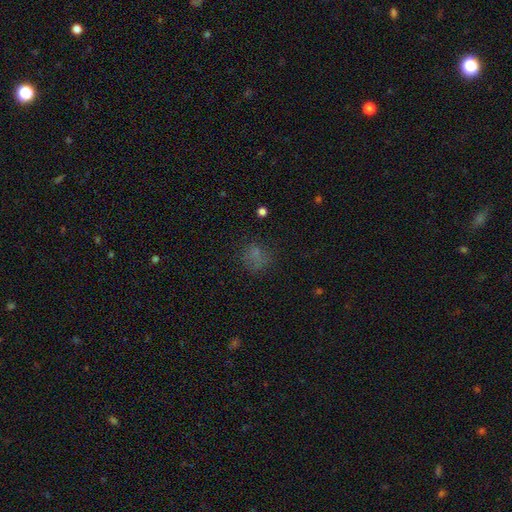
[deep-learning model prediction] Smooth or featured? smooth (64%)
How rounded? round (64%)
Merging? none (62%)